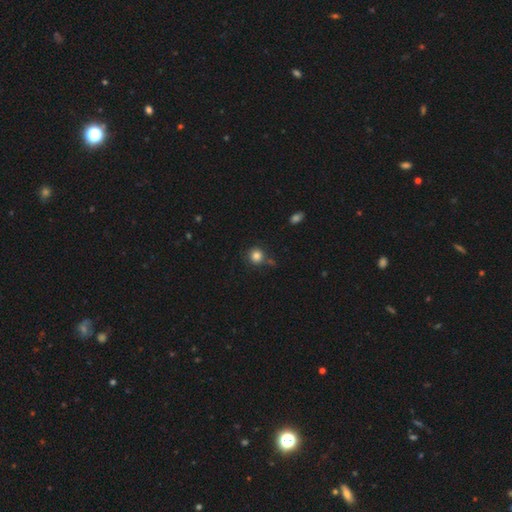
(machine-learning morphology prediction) A smooth galaxy with no disk features (83%) that is round (91%). Merging: none (76%).